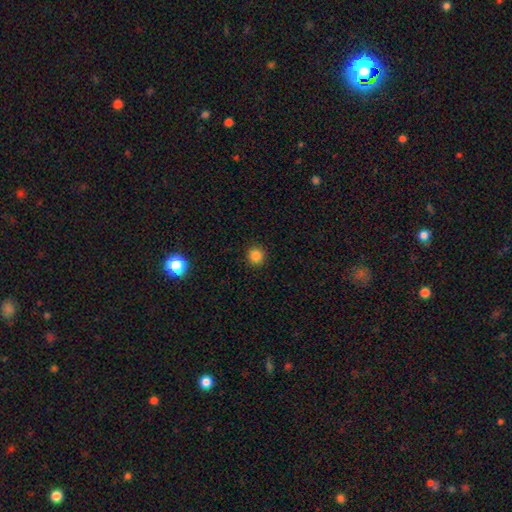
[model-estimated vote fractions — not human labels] This appears to be a smooth galaxy with no disk features (84%) that is round (94%). Merging: none (92%).